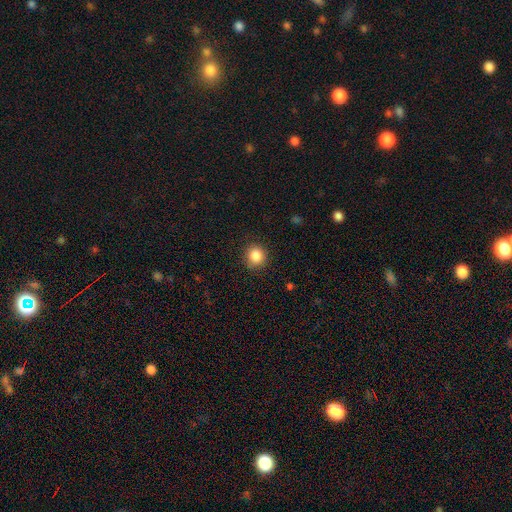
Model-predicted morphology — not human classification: Overall: smooth (86%). How rounded: round (87%). Merging: none (87%).